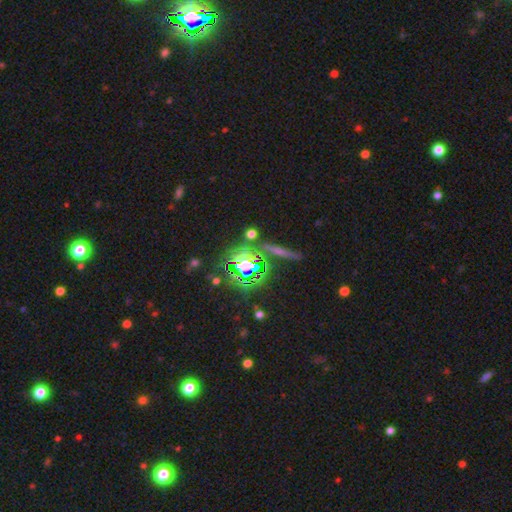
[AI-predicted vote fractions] Smooth or featured: star or artifact — 81% (smooth — 10%)